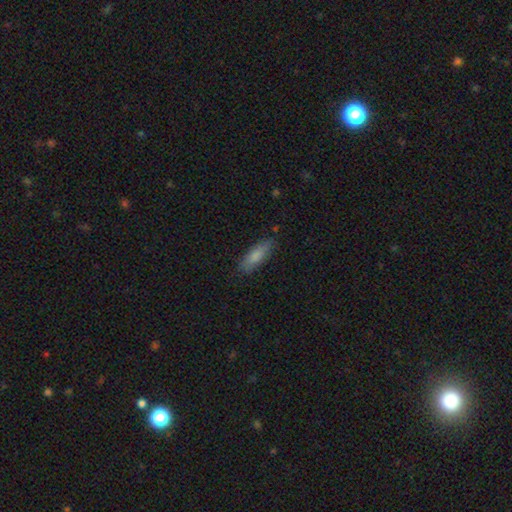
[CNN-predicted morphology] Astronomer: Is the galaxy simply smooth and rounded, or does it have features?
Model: smooth — 82%.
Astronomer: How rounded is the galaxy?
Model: in between — 52% (runner-up: cigar-shaped, 46%).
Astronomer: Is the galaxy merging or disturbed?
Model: none — 83%.